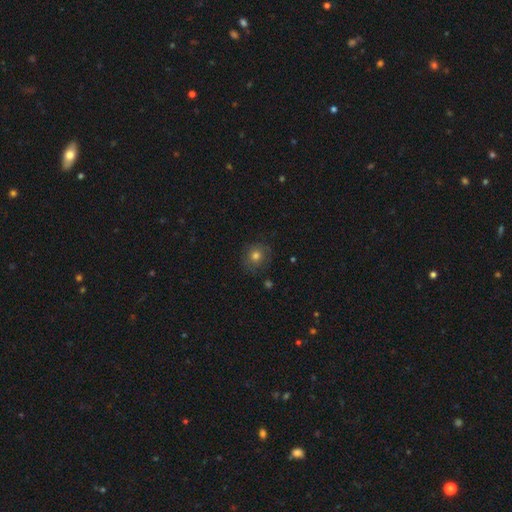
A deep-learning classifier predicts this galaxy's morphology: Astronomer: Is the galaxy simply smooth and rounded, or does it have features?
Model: smooth — 74%.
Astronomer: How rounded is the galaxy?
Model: round — 86%.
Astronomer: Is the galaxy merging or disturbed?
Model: none — 80%.